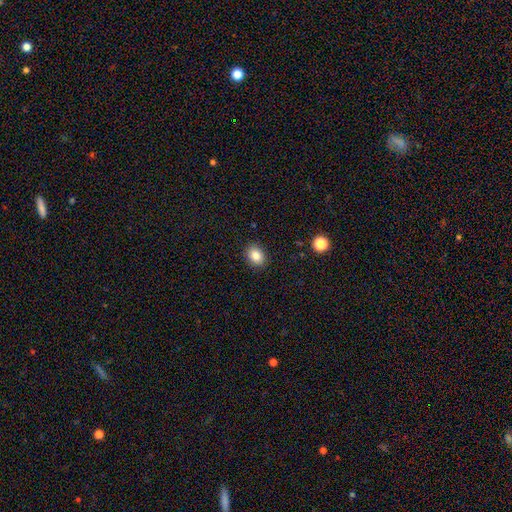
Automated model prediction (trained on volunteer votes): Smooth or featured? smooth (84%)
How rounded? in between (61%)
Merging? none (89%)